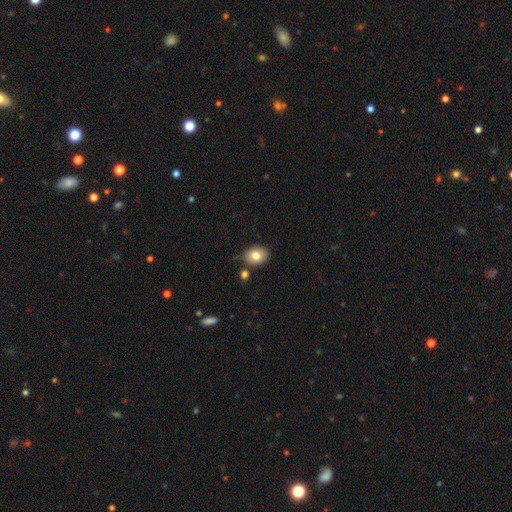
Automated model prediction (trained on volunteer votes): smooth_or_featured: smooth (p=0.80) [alt: featured or disk p=0.11]
how_rounded: in between (p=0.56) [alt: round p=0.43]
merging: none (p=0.80) [alt: minor disturbance p=0.13]